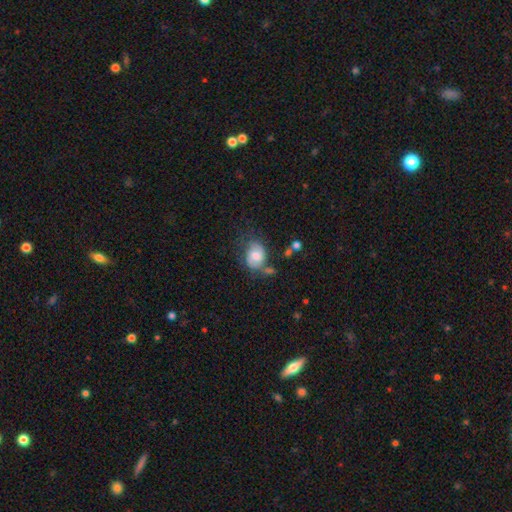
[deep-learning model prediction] smooth_or_featured: smooth (p=0.57) [alt: featured or disk p=0.34]
how_rounded: in between (p=0.60) [alt: round p=0.39]
merging: none (p=0.42) [alt: minor disturbance p=0.28]